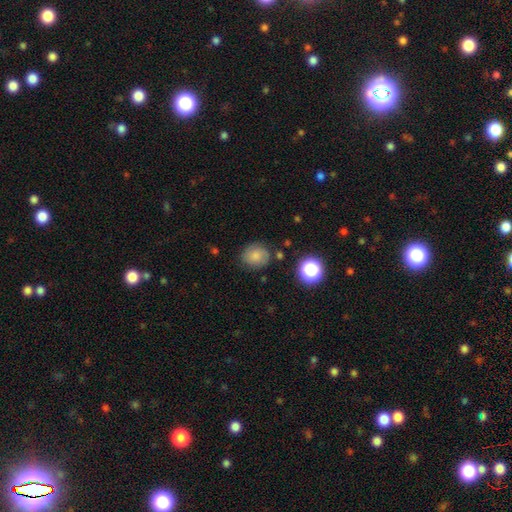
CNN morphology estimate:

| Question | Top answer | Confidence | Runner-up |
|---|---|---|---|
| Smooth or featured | smooth | 70% | featured or disk (17%) |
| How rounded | round | 78% | in between (21%) |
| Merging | none | 76% | minor disturbance (16%) |